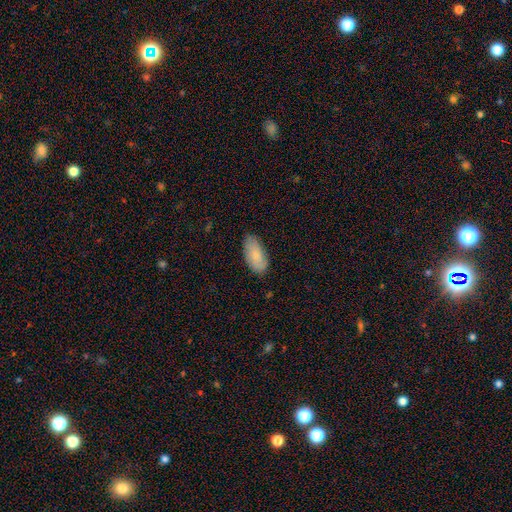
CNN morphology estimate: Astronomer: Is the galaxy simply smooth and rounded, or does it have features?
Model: smooth — 79%.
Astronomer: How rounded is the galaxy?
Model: in between — 93%.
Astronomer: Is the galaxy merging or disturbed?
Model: none — 77%.